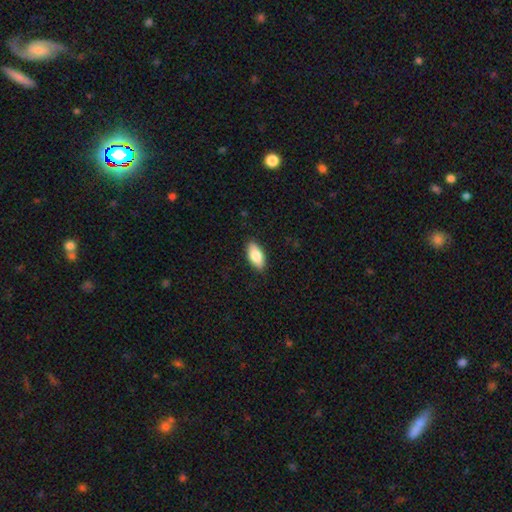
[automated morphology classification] type=smooth (81%); roundness=in between (89%); merging=none (88%).